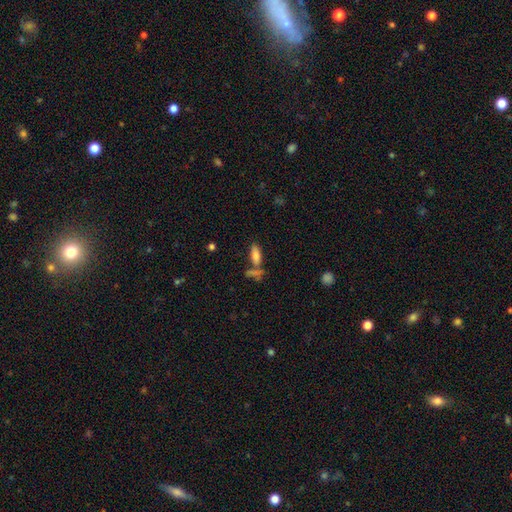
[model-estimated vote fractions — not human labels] Smooth or featured?
  - smooth: 77% *
  - featured or disk: 14%
  - star or artifact: 9%
How rounded?
  - in between: 74% *
  - cigar-shaped: 23%
  - round: 3%
Merging?
  - none: 56% *
  - merger: 26%
  - minor disturbance: 13%
  - major disturbance: 6%